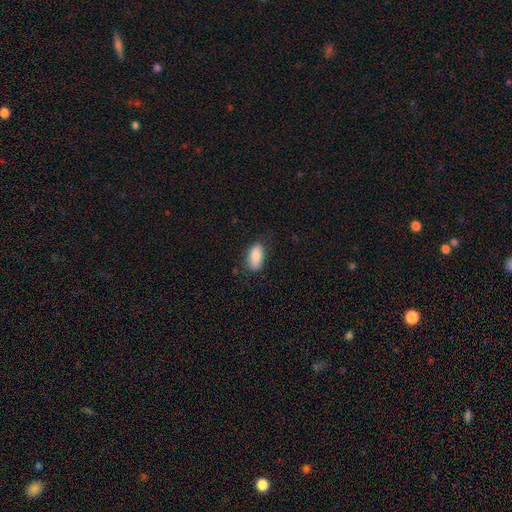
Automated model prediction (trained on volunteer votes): Smooth or featured: smooth — 83% (featured or disk — 11%)
How rounded: in between — 91% (cigar-shaped — 6%)
Merging: none — 75% (minor disturbance — 19%)